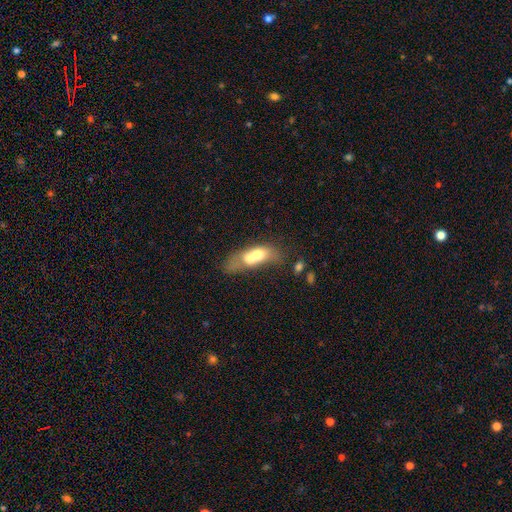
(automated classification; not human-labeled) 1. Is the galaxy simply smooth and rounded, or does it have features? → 59% smooth, 33% featured or disk, 8% star or artifact.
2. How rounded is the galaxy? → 71% in between, 20% cigar-shaped, 9% round.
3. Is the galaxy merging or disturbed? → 59% merger, 15% none, 14% major disturbance, 11% minor disturbance.